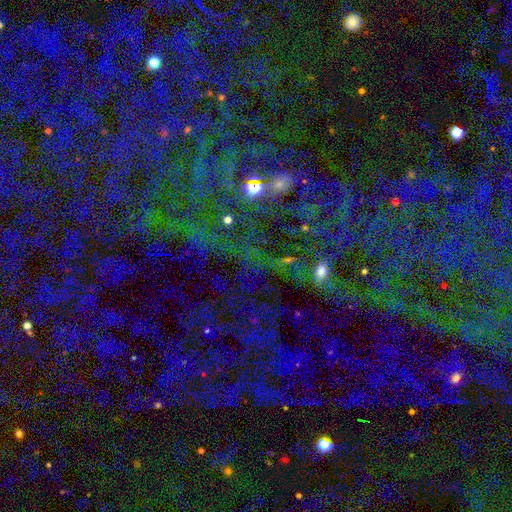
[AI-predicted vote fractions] The model was most divided on "smooth or featured": star or artifact: 77%, smooth: 14%, featured or disk: 9%.